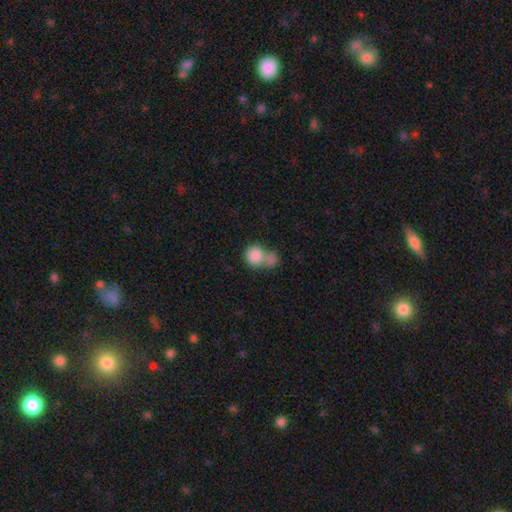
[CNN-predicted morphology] Q: Smooth or featured?
A: smooth (85%); runner-up: featured or disk (8%)
Q: How rounded?
A: round (81%); runner-up: in between (18%)
Q: Merging?
A: merger (56%); runner-up: none (30%)